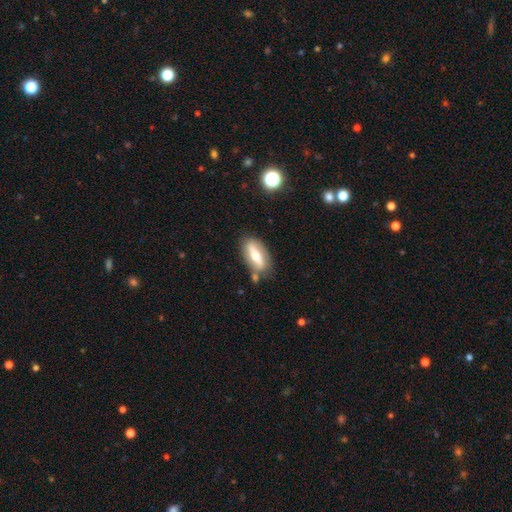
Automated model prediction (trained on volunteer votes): smooth-or-featured: featured or disk: 53% | smooth: 40% | star or artifact: 6%
  disk-edge-on: no: 57% | yes: 43%
  merging: none: 75% | minor disturbance: 15% | merger: 6% | major disturbance: 4%